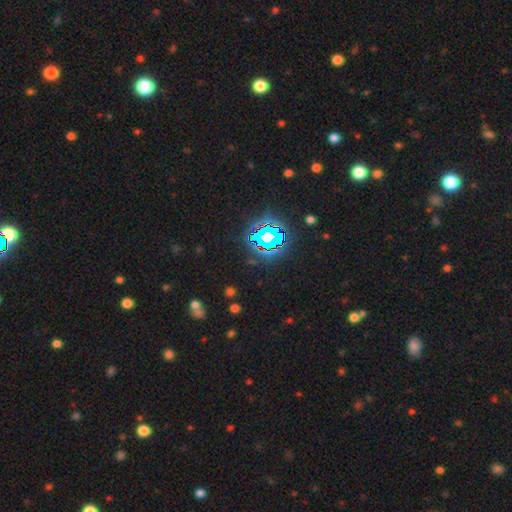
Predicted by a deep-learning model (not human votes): This appears to be a star or artifact, not a galaxy (80%).